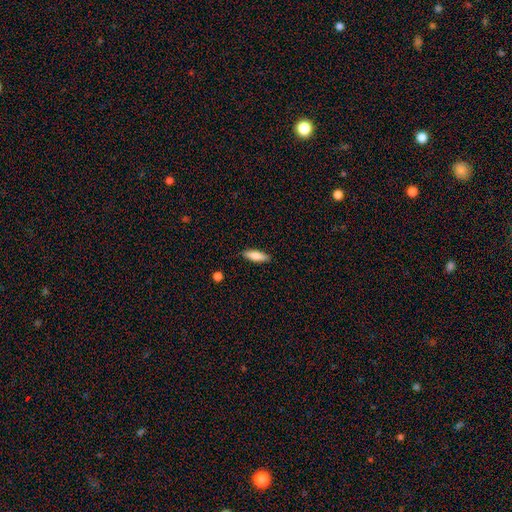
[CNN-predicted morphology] This is clearly a smooth galaxy (82%). How rounded: possibly in between (51%). Merging: clearly none (86%).